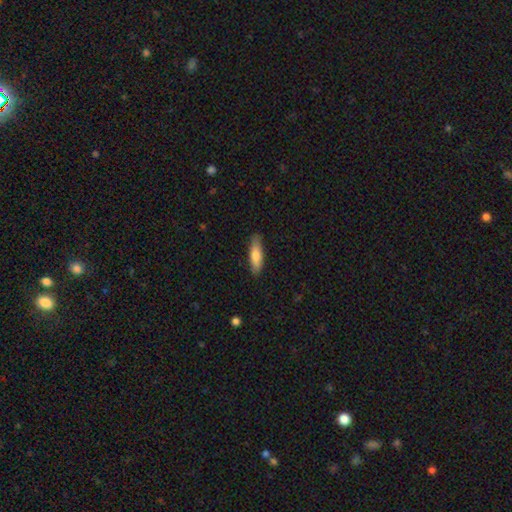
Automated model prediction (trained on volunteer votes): smooth 76%, featured or disk 19%, star or artifact 6%. Down the decision tree: how rounded — cigar-shaped (63%); merging — none (85%).